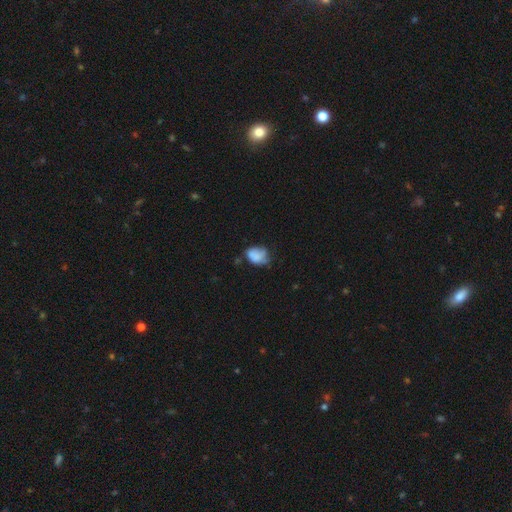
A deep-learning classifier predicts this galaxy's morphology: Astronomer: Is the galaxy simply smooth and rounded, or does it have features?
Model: smooth — 69%.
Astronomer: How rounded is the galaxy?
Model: in between — 68%.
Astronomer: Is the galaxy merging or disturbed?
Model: none — 37% (runner-up: minor disturbance, 36%).